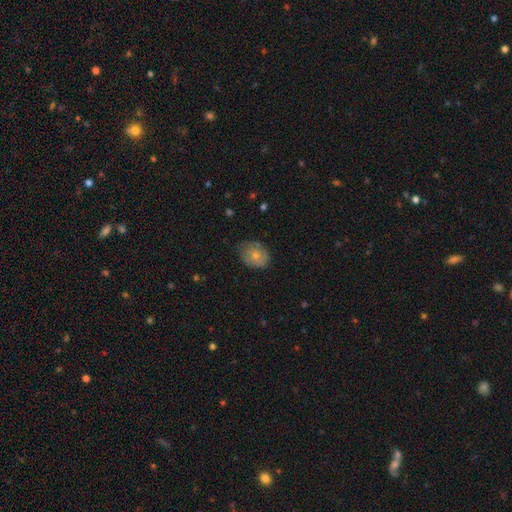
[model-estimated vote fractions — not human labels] Morphology: type=smooth (69%); roundness=in between (54%); merging=none (64%).